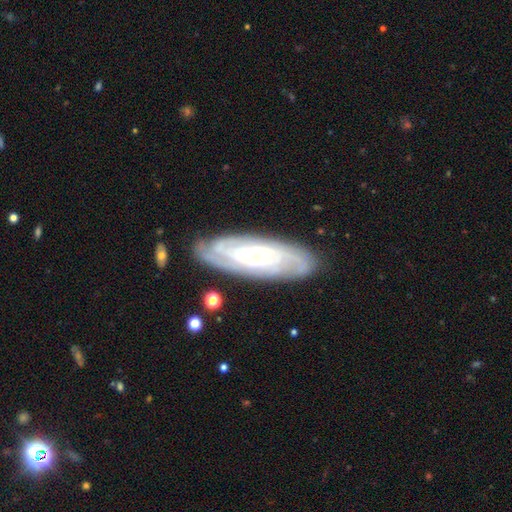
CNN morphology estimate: Overall: featured or disk (82%). Edge-on disk: no (86%). Bar: no (56%; weak 32%). Spiral arms: yes (95%). Spiral arm count: can't tell (39%; 4 19%). Spiral winding: tight (73%). Bulge size: small (53%; moderate 37%). Merging: none (80%).